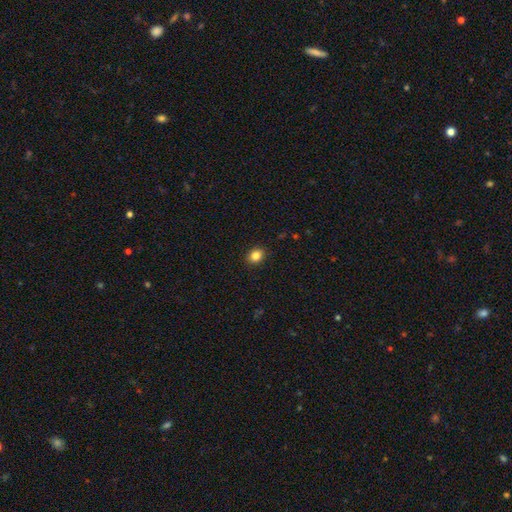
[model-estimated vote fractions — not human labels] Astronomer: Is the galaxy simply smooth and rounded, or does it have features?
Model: smooth — 84%.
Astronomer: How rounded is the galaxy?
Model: round — 62%.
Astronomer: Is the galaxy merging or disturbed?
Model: none — 91%.